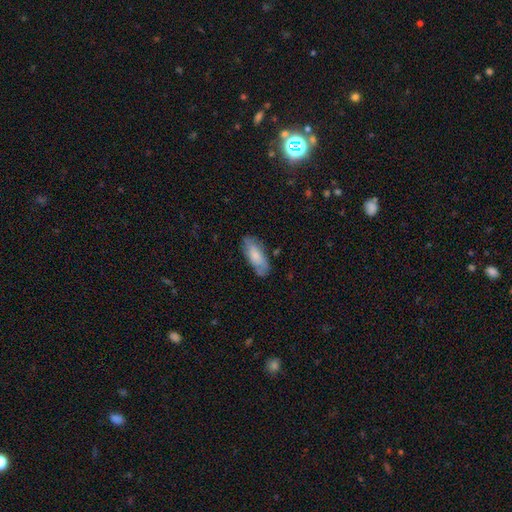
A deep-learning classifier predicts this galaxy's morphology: Smooth or featured? Predicted: smooth (p=0.71). How rounded? Predicted: in between (p=0.72). Merging? Predicted: none (p=0.72).